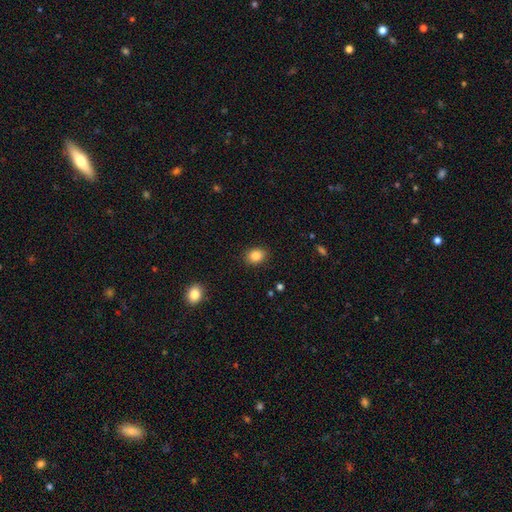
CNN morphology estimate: A smooth galaxy with no disk features (85%) that is in between round and cigar-shaped (51%).

Vote fractions:
- Smooth or featured? smooth: 85% / star or artifact: 10% / featured or disk: 5%
- How rounded? in between: 51% / round: 48% / cigar-shaped: 1%
- Merging? none: 88% / minor disturbance: 8% / major disturbance: 2% / merger: 1%